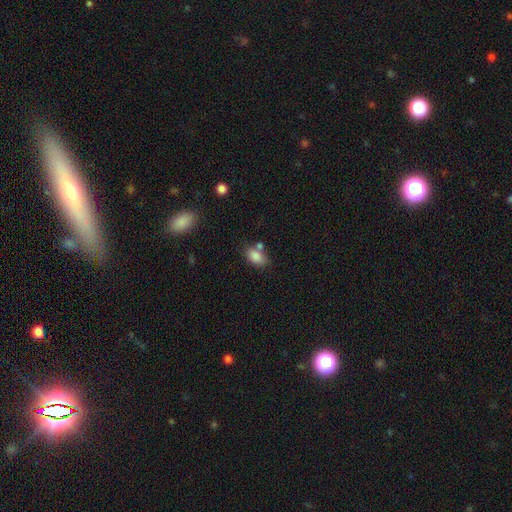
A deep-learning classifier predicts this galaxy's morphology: Smooth or featured: smooth — 85% (star or artifact — 9%)
How rounded: in between — 89% (round — 9%)
Merging: none — 57% (merger — 20%)